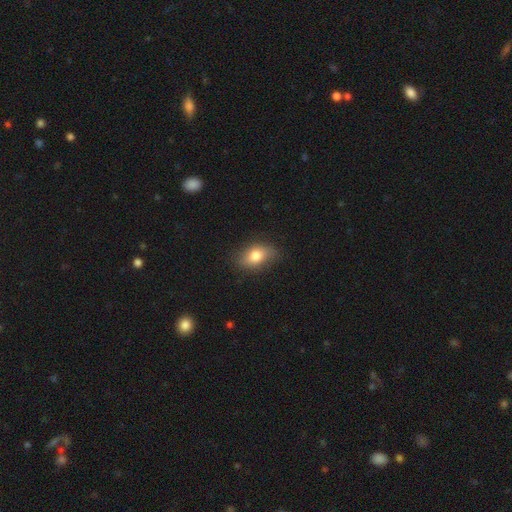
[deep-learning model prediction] smooth 78%, featured or disk 14%, star or artifact 8%. Down the decision tree: how rounded — in between (82%); merging — none (80%).